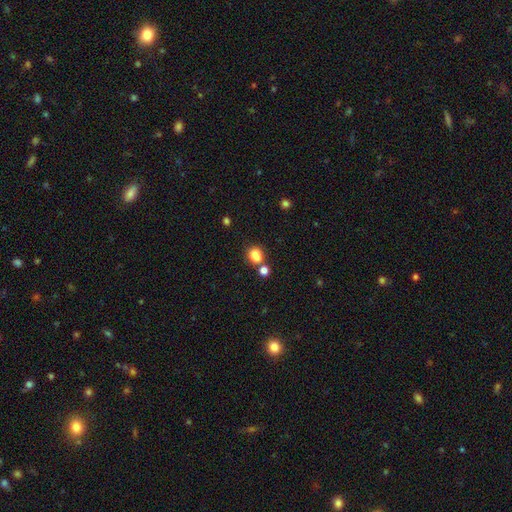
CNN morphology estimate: smooth-or-featured: smooth: 82% | star or artifact: 12% | featured or disk: 6%
  how-rounded: round: 51% | in between: 48% | cigar-shaped: 1%
  merging: none: 59% | merger: 23% | minor disturbance: 13% | major disturbance: 5%